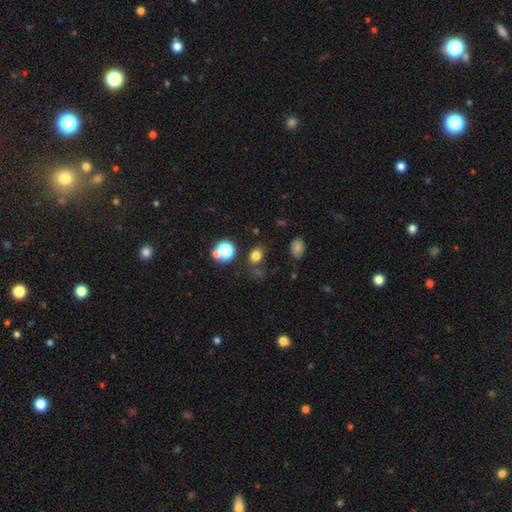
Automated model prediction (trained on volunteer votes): A smooth galaxy with no disk features (73%) that is in between round and cigar-shaped (50%). Merging: none (71%).